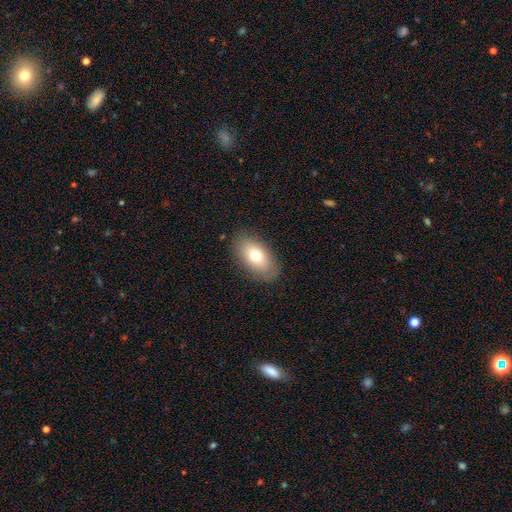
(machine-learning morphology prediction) The model was most divided on "smooth or featured": smooth: 72%, featured or disk: 20%, star or artifact: 9%. More confident: how rounded — in between (91%); merging — none (84%).